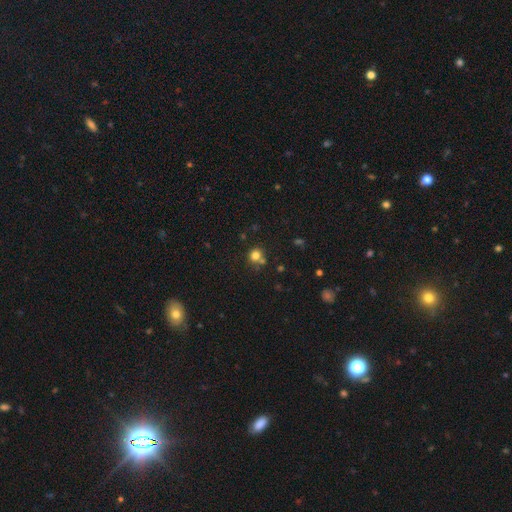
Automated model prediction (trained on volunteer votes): smooth-or-featured: smooth: 77% | star or artifact: 15% | featured or disk: 8%
  how-rounded: round: 87% | in between: 12% | cigar-shaped: 1%
  merging: none: 66% | merger: 20% | minor disturbance: 10% | major disturbance: 4%